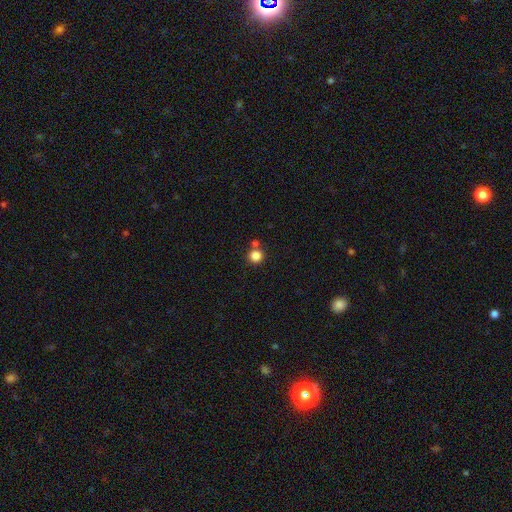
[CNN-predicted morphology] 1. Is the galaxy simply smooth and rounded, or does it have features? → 84% smooth, 11% star or artifact, 5% featured or disk.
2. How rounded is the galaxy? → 93% round, 6% in between, 1% cigar-shaped.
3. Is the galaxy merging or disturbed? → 71% none, 18% merger, 8% minor disturbance, 3% major disturbance.